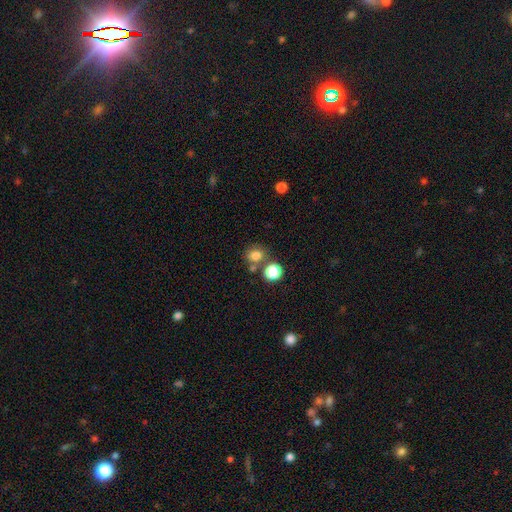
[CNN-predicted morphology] The model was most divided on "how rounded": round: 68%, in between: 31%, cigar-shaped: 1%. More confident: smooth or featured — smooth (79%); merging — none (62%).